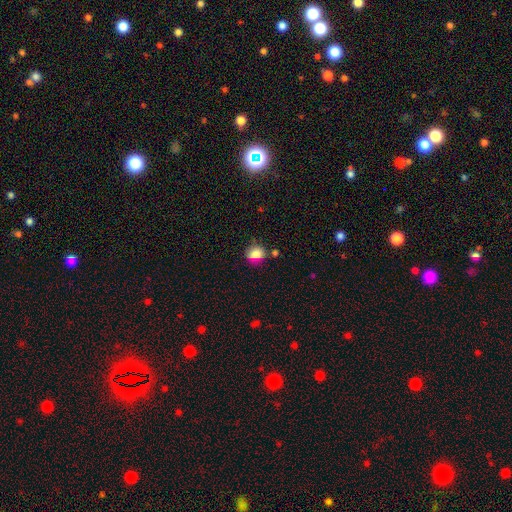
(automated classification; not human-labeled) Smooth or featured: smooth — 81% (star or artifact — 10%)
How rounded: round — 57% (in between — 41%)
Merging: none — 68% (minor disturbance — 19%)